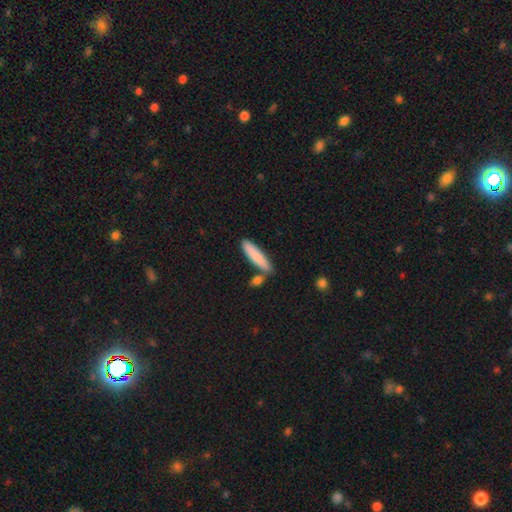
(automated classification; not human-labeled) Q: Smooth or featured?
A: smooth (83%); runner-up: featured or disk (12%)
Q: How rounded?
A: cigar-shaped (80%); runner-up: in between (19%)
Q: Merging?
A: none (72%); runner-up: minor disturbance (13%)